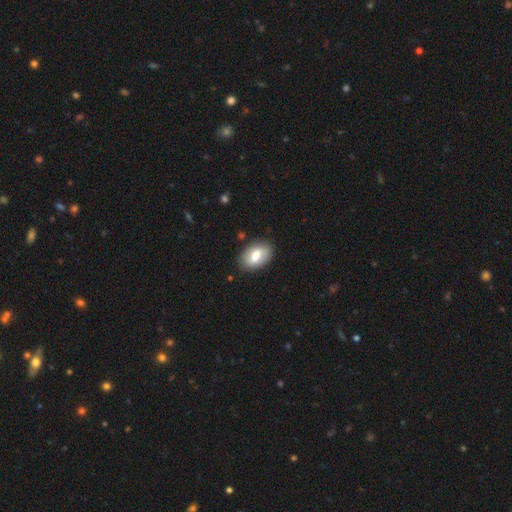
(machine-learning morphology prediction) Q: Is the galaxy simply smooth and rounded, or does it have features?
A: smooth — 74%.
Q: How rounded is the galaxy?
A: in between — 91%.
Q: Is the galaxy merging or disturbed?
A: none — 84%.